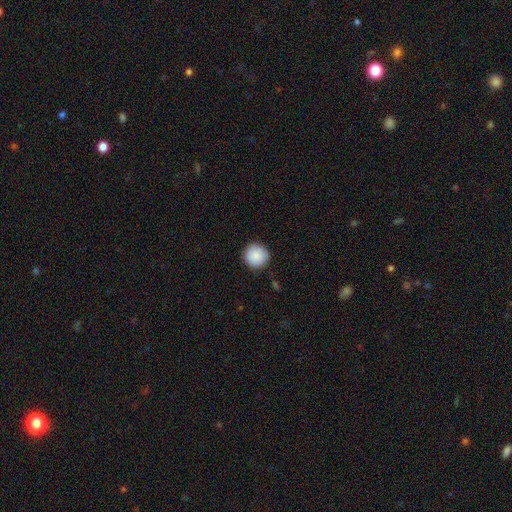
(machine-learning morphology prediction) A smooth galaxy with no disk features (89%) that is round (95%).

Vote fractions:
- Smooth or featured? smooth: 89% / star or artifact: 7% / featured or disk: 4%
- How rounded? round: 95% / in between: 4% / cigar-shaped: 1%
- Merging? none: 91% / minor disturbance: 6% / major disturbance: 2% / merger: 1%